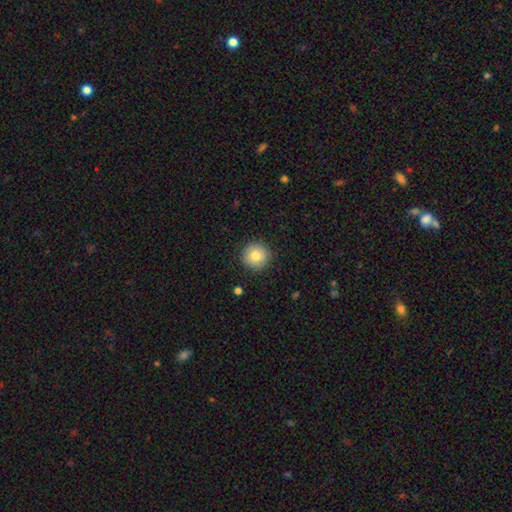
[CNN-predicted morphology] The model was most divided on "smooth or featured": smooth: 81%, featured or disk: 10%, star or artifact: 9%. More confident: how rounded — round (96%); merging — none (90%).